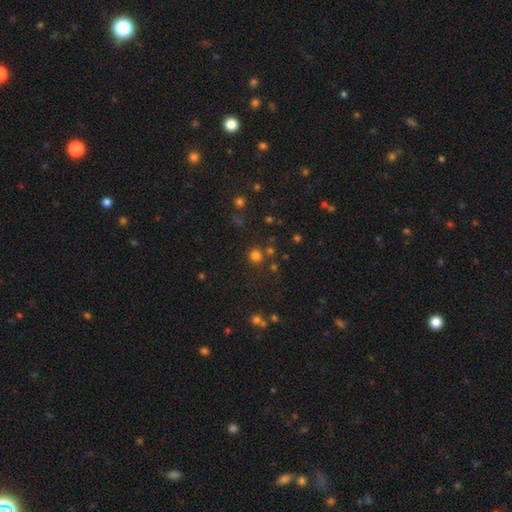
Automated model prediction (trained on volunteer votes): Smooth or featured: smooth — 75% (star or artifact — 19%)
How rounded: round — 93% (in between — 6%)
Merging: none — 82% (merger — 8%)